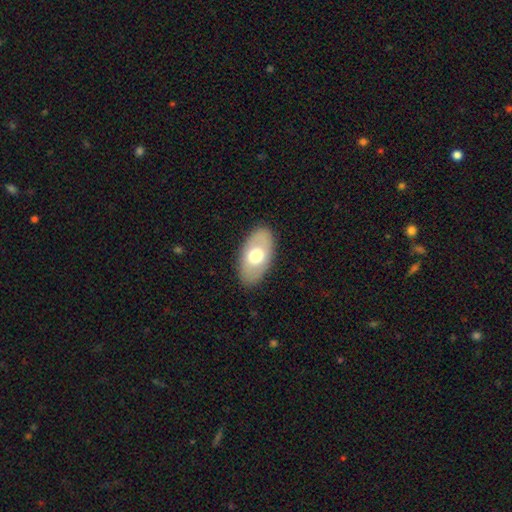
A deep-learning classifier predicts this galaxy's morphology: This appears to be a smooth galaxy with no disk features (61%) that is in between round and cigar-shaped (93%). Merging: none (86%).